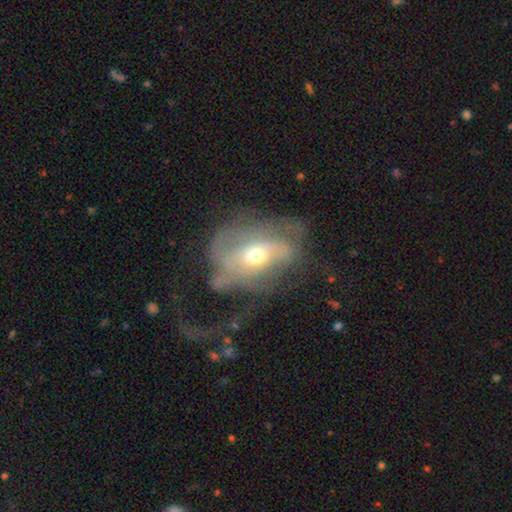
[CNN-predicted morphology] Smooth or featured? Predicted: featured or disk (p=0.64). Edge-on disk? Predicted: no (p=0.94). Bar? Predicted: no (p=0.63). Spiral arms? Predicted: yes (p=0.57). Bulge size? Predicted: moderate (p=0.51). Merging? Predicted: major disturbance (p=0.45).